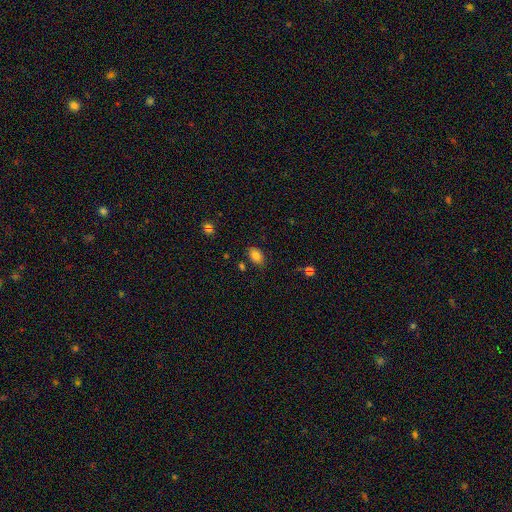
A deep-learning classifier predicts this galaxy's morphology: A smooth galaxy with no disk features (84%) that is in between round and cigar-shaped (86%).

Vote fractions:
- Smooth or featured? smooth: 84% / star or artifact: 10% / featured or disk: 7%
- How rounded? in between: 86% / round: 12% / cigar-shaped: 1%
- Merging? none: 79% / minor disturbance: 14% / major disturbance: 3% / merger: 3%